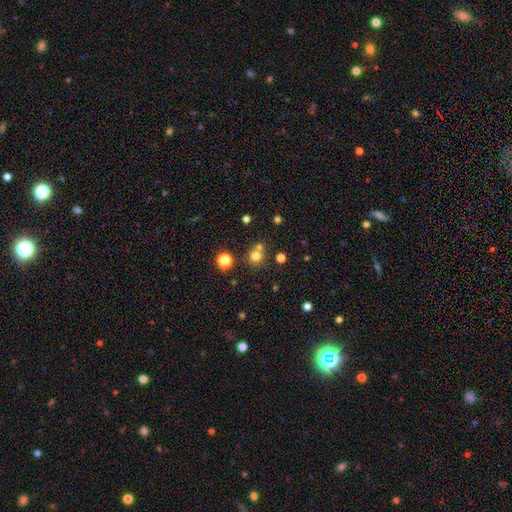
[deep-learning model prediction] This is likely a smooth galaxy (73%). How rounded: clearly round (90%). Merging: likely none (62%).